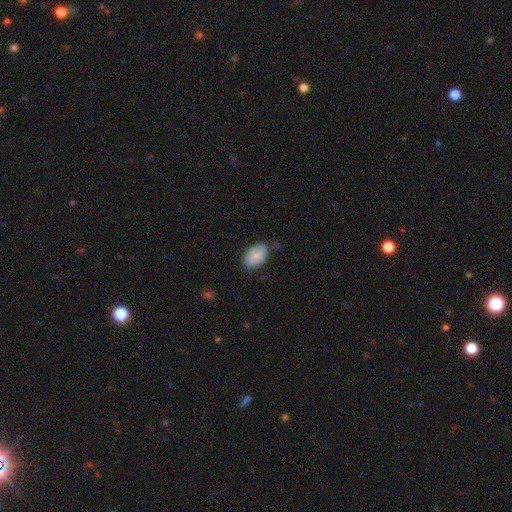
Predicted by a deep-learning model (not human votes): A smooth galaxy with no disk features (77%) that is in between round and cigar-shaped (90%). Merging: none (68%).